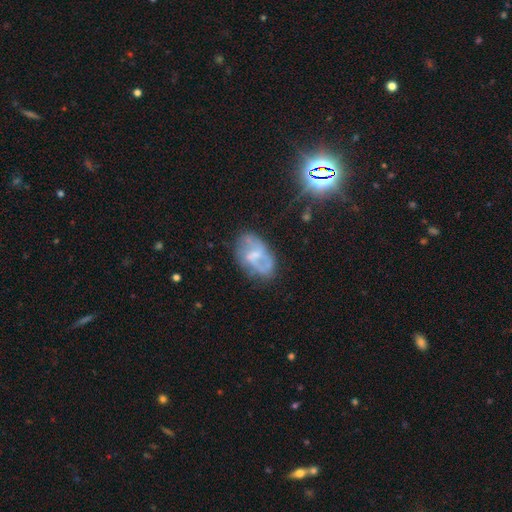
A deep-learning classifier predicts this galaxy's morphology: The model was most divided on "bulge size": small: 41%, moderate: 29%, none: 26%, large: 3%, dominant: 1%. Remaining: edge-on disk — no (96%); spiral arms — yes (67%); smooth or featured — featured or disk (64%); merging — none (60%); bar — weak (50%).